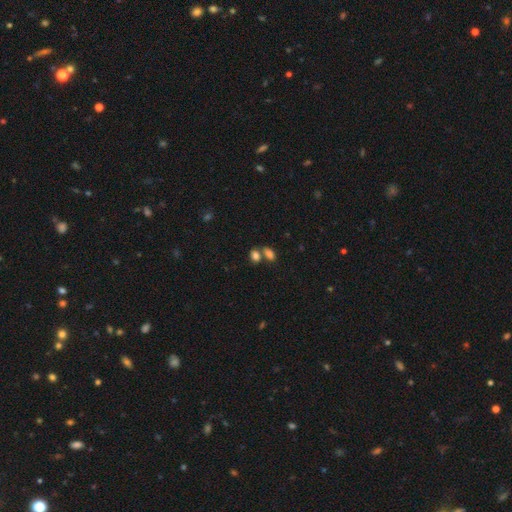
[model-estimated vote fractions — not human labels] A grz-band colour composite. It shows a smooth galaxy with no disk features (82%) that is in between round and cigar-shaped (78%). Merging: none (44%).